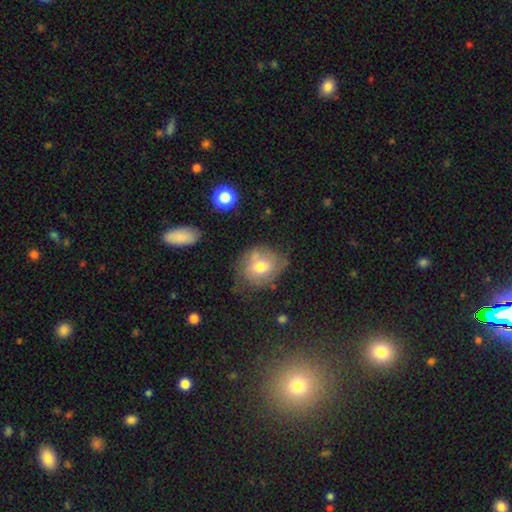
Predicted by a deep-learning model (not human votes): Q: Smooth or featured?
A: smooth (41%); runner-up: featured or disk (38%)
Q: Merging?
A: none (78%); runner-up: minor disturbance (14%)